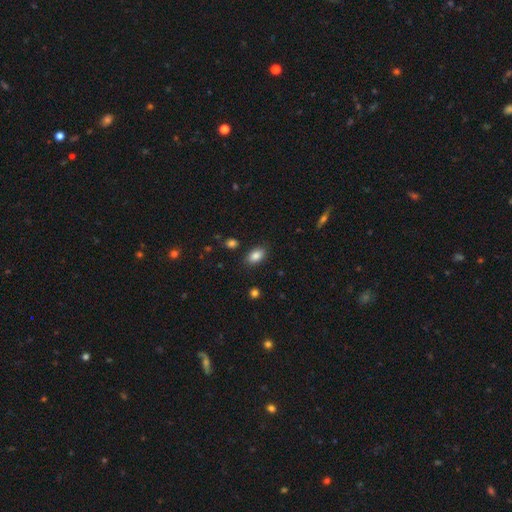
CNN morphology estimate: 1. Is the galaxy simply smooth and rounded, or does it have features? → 86% smooth, 8% star or artifact, 5% featured or disk.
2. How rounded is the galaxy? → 88% in between, 10% round, 2% cigar-shaped.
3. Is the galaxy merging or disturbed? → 86% none, 10% minor disturbance, 3% major disturbance, 2% merger.